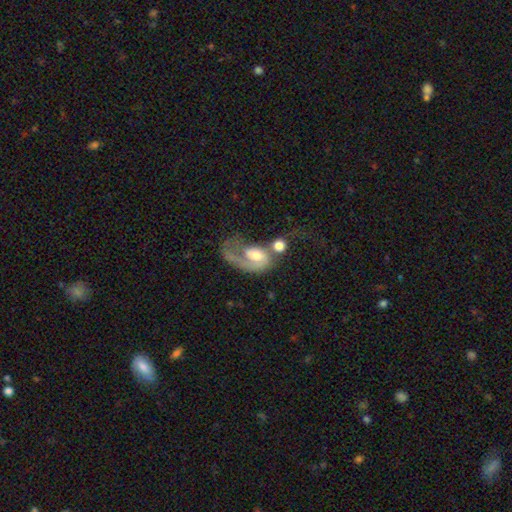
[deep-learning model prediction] Q: Smooth or featured?
A: featured or disk (68%); runner-up: smooth (25%)
Q: Edge-on disk?
A: no (97%); runner-up: yes (3%)
Q: Bar?
A: no (64%); runner-up: weak (29%)
Q: Spiral arms?
A: yes (82%); runner-up: no (18%)
Q: Spiral winding?
A: loose (47%); runner-up: medium (32%)
Q: Spiral arm count?
A: 1 (79%); runner-up: 2 (12%)
Q: Bulge size?
A: moderate (56%); runner-up: small (19%)
Q: Merging?
A: merger (39%); runner-up: major disturbance (35%)